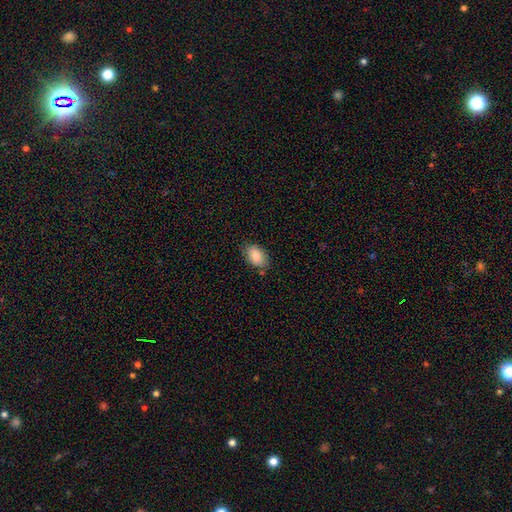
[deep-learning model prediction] A smooth galaxy with no disk features (85%) that is in between round and cigar-shaped (89%). Merging: none (79%).